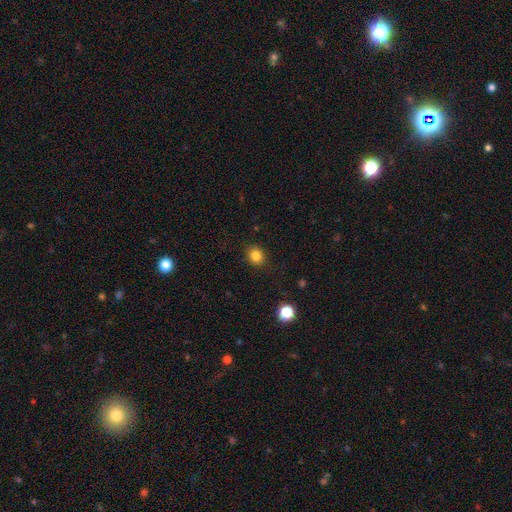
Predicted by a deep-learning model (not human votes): Smooth or featured?
  - smooth: 83% *
  - star or artifact: 12%
  - featured or disk: 5%
How rounded?
  - round: 77% *
  - in between: 22%
  - cigar-shaped: 1%
Merging?
  - none: 89% *
  - minor disturbance: 7%
  - major disturbance: 2%
  - merger: 1%